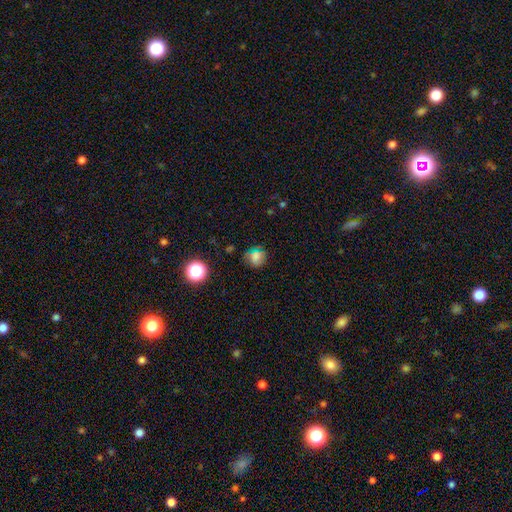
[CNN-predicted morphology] A smooth galaxy with no disk features (68%) that is round (79%).

Vote fractions:
- Smooth or featured? smooth: 68% / star or artifact: 23% / featured or disk: 9%
- How rounded? round: 79% / in between: 20% / cigar-shaped: 1%
- Merging? none: 71% / minor disturbance: 19% / major disturbance: 7% / merger: 3%